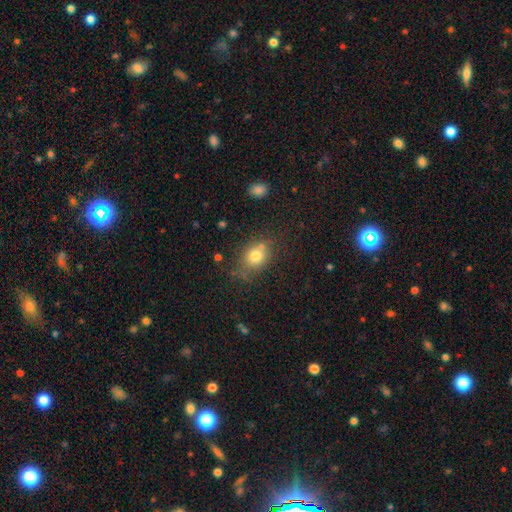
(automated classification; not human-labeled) A smooth galaxy with no disk features (77%) that is round (52%).

Vote fractions:
- Smooth or featured? smooth: 77% / star or artifact: 12% / featured or disk: 11%
- How rounded? round: 52% / in between: 47% / cigar-shaped: 1%
- Merging? none: 66% / minor disturbance: 19% / merger: 9% / major disturbance: 6%